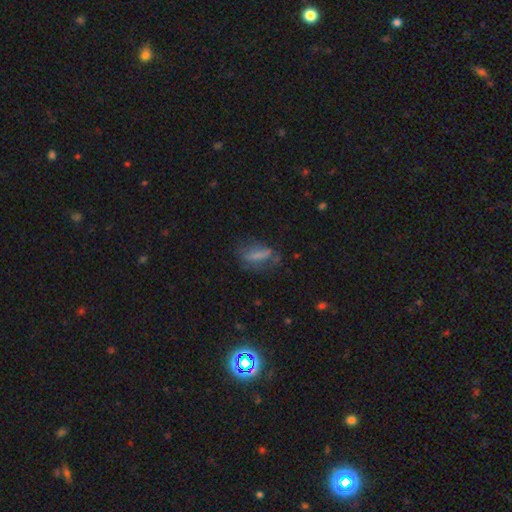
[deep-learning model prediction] Morphology: type=smooth (54%); roundness=in between (48%); merging=none (57%).